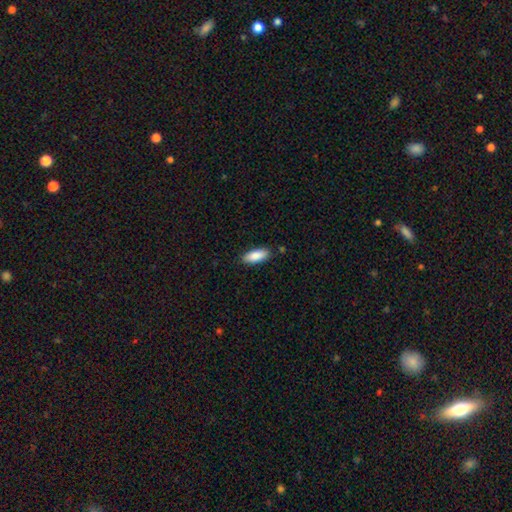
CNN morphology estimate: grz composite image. It shows a smooth galaxy with no disk features (88%) that is in between round and cigar-shaped (77%). Merging: none (86%).